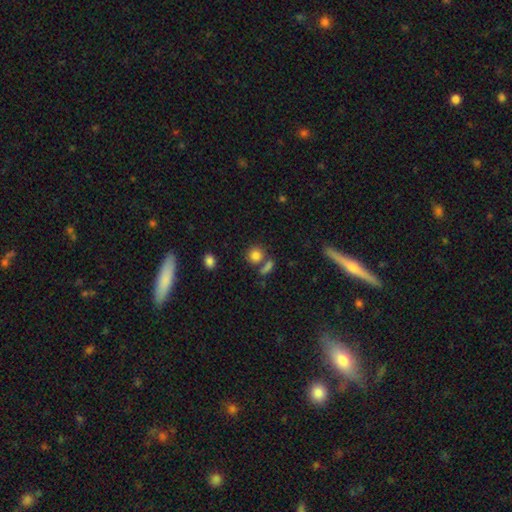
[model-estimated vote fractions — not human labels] Smooth or featured: smooth — 83% (star or artifact — 11%)
How rounded: round — 82% (in between — 17%)
Merging: none — 62% (merger — 23%)